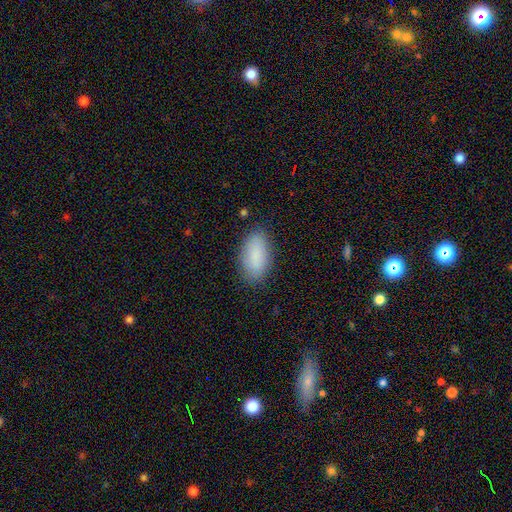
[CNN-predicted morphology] The model was most divided on "merging": none: 84%, minor disturbance: 12%, major disturbance: 3%, merger: 1%. More confident: how rounded — in between (92%); smooth or featured — smooth (87%).